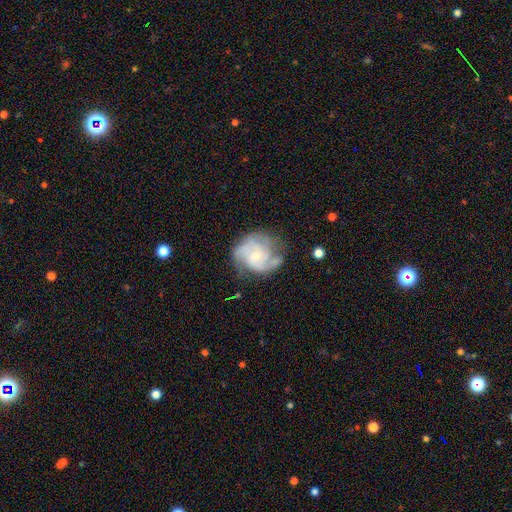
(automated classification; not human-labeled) A featured or disk galaxy (84%) with no bar (70%), 3 (38%) medium (48%) spiral arms (95%) and a small central bulge (69%). Merging: none (65%).